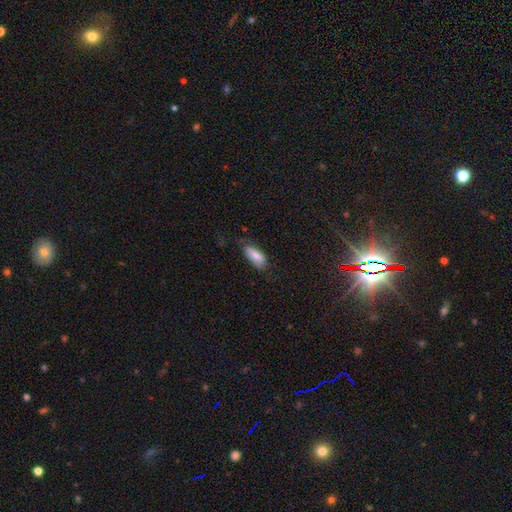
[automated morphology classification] smooth 77%, featured or disk 17%, star or artifact 7%. Down the decision tree: how rounded — in between (77%); merging — none (62%).